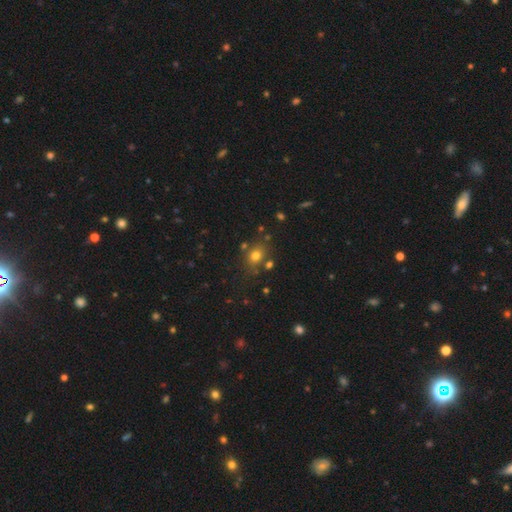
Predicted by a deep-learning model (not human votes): Overall: smooth (73%). How rounded: round (56%; in between 43%). Merging: none (75%).